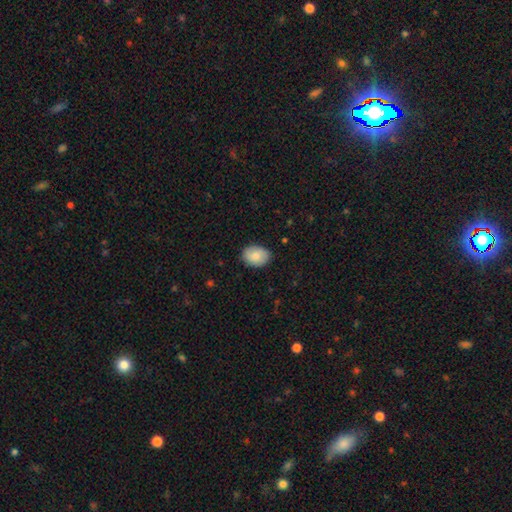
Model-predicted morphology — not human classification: This appears to be a smooth galaxy with no disk features (86%) that is in between round and cigar-shaped (77%). Merging: none (85%).